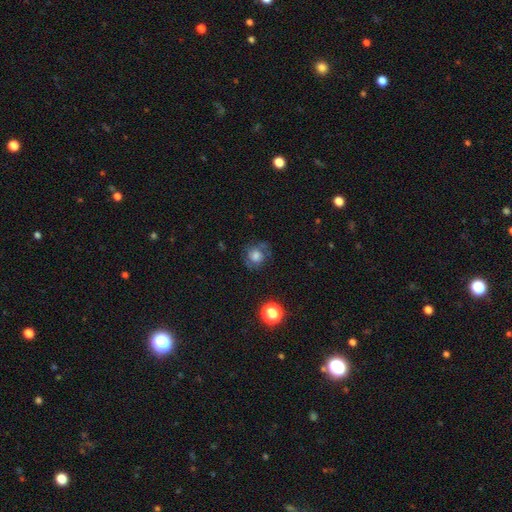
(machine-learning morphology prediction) Overall: smooth (51%; featured or disk 36%). How rounded: round (82%). Merging: none (62%).